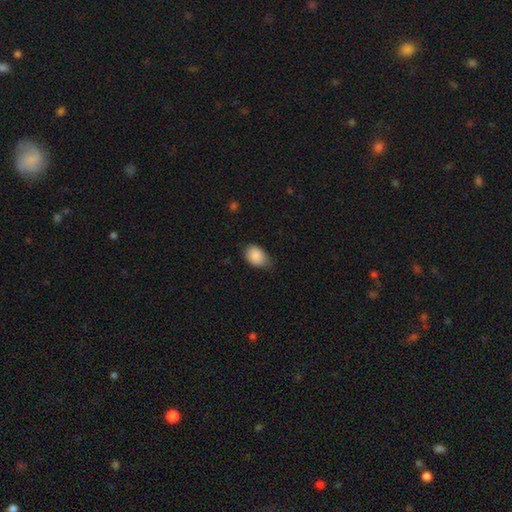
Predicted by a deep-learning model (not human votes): This appears to be a smooth galaxy with no disk features (88%) that is in between round and cigar-shaped (77%). Merging: none (55%).